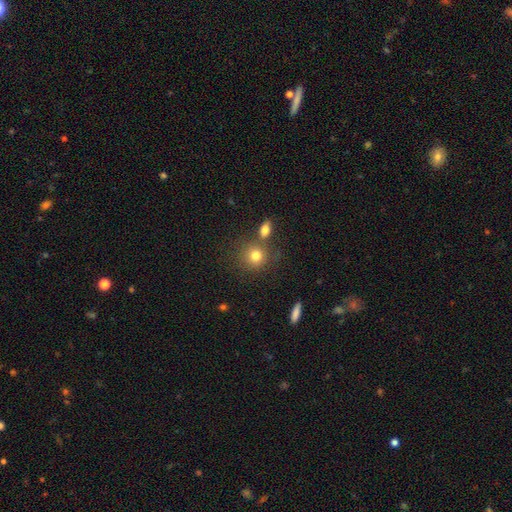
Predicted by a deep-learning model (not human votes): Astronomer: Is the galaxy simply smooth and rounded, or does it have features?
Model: smooth — 79%.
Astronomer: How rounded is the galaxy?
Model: round — 85%.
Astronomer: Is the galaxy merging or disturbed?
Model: none — 68%.